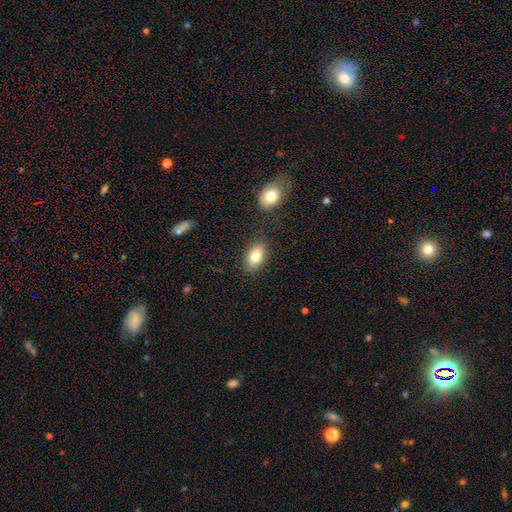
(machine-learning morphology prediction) smooth_or_featured: smooth (p=0.80) [alt: featured or disk p=0.12]
how_rounded: in between (p=0.90) [alt: round p=0.08]
merging: none (p=0.81) [alt: minor disturbance p=0.11]